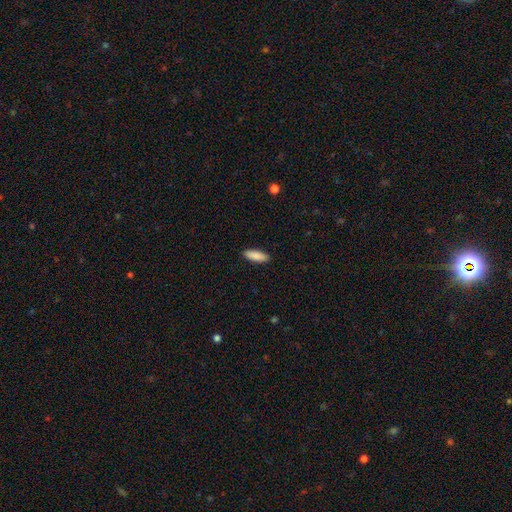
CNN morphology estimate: This appears to be a smooth galaxy with no disk features (89%) that is in between round and cigar-shaped (64%). Merging: none (90%).